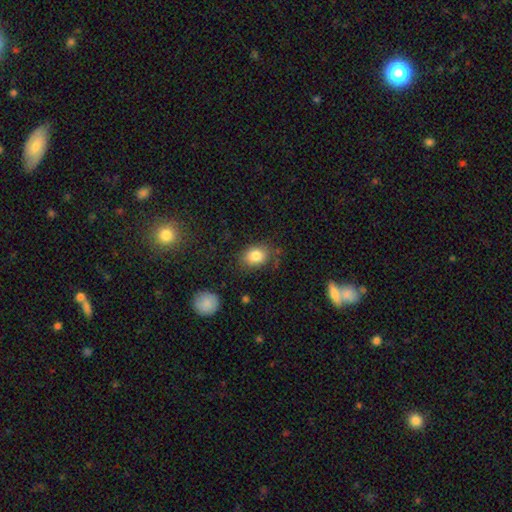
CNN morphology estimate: Overall: smooth (83%). How rounded: in between (63%; round 36%). Merging: none (70%).